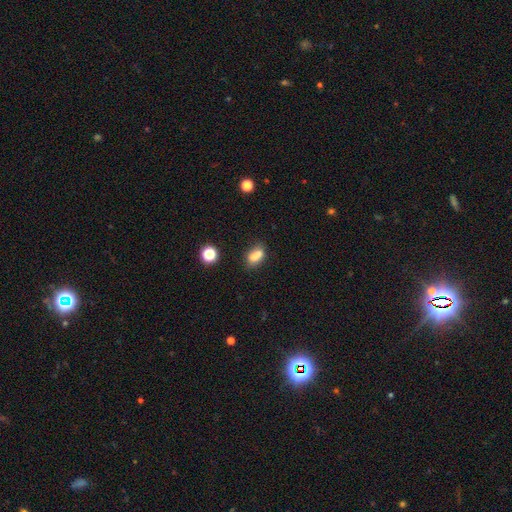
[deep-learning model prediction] Overall: smooth (78%). How rounded: in between (76%). Merging: none (60%).